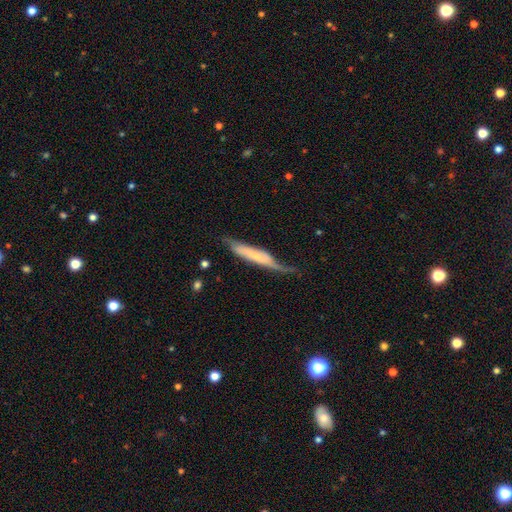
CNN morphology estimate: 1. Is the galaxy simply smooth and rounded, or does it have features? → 52% featured or disk, 42% smooth, 6% star or artifact.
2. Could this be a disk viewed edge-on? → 67% yes, 33% no.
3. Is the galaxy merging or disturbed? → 45% none, 33% minor disturbance, 19% major disturbance, 3% merger.